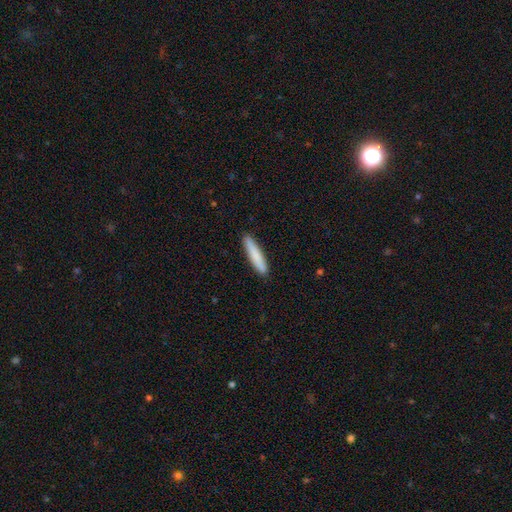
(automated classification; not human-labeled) The model was most divided on "smooth or featured": smooth: 82%, featured or disk: 12%, star or artifact: 5%. More confident: how rounded — cigar-shaped (91%); merging — none (90%).